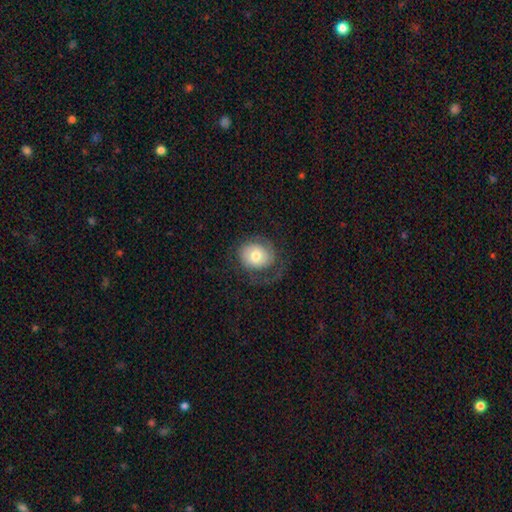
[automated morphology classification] A featured or disk galaxy (46%, tied with smooth).

Vote fractions:
- Smooth or featured? featured or disk: 46% (tied) / smooth: 46% (tied) / star or artifact: 8%
- Merging? none: 57% / major disturbance: 24% / minor disturbance: 18% / merger: 1%